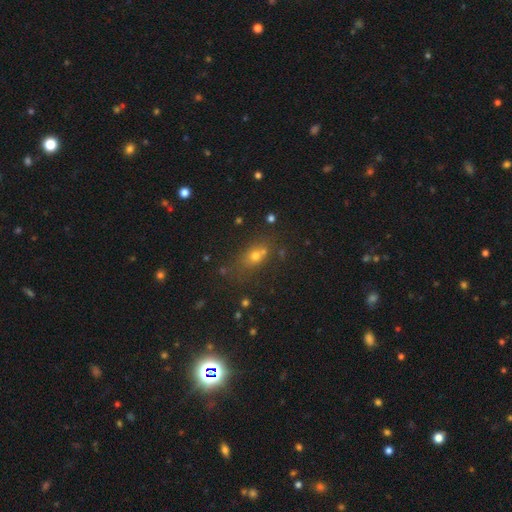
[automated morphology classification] A smooth galaxy with no disk features (61%) that is in between round and cigar-shaped (51%).

Vote fractions:
- Smooth or featured? smooth: 61% / star or artifact: 24% / featured or disk: 15%
- How rounded? in between: 51% / round: 43% / cigar-shaped: 6%
- Merging? none: 58% / merger: 21% / minor disturbance: 15% / major disturbance: 7%